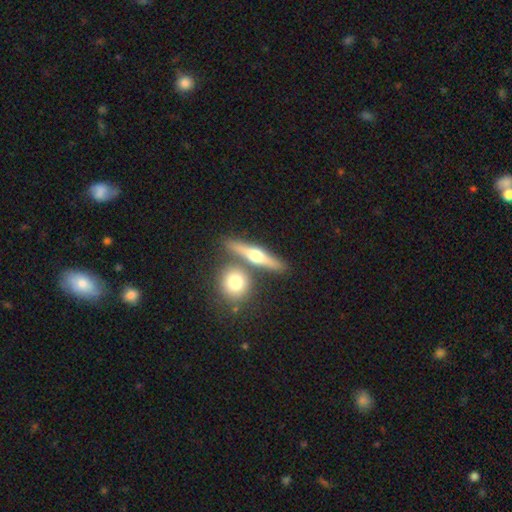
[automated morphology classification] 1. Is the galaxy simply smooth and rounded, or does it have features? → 57% featured or disk, 36% smooth, 7% star or artifact.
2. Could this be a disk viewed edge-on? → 91% yes, 9% no.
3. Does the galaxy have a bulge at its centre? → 94% rounded, 3% none, 3% boxy.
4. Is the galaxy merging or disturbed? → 74% none, 15% merger, 8% minor disturbance, 3% major disturbance.